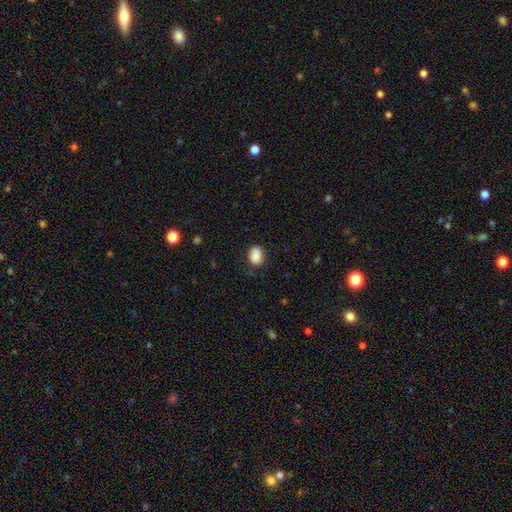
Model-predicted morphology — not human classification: This is clearly a smooth galaxy (88%). How rounded: likely in between (74%). Merging: likely none (76%).